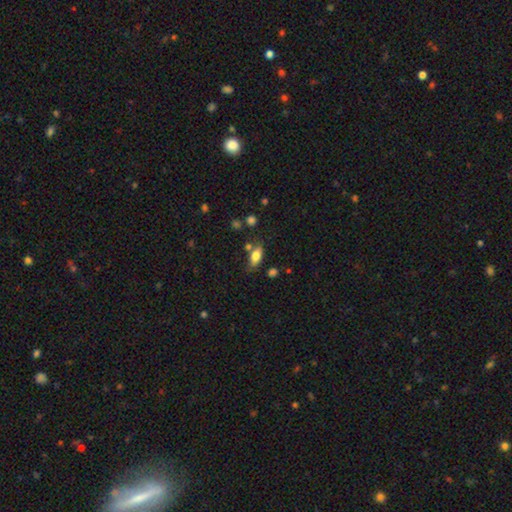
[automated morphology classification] Smooth or featured? Predicted: smooth (p=0.80). How rounded? Predicted: in between (p=0.86). Merging? Predicted: none (p=0.68).